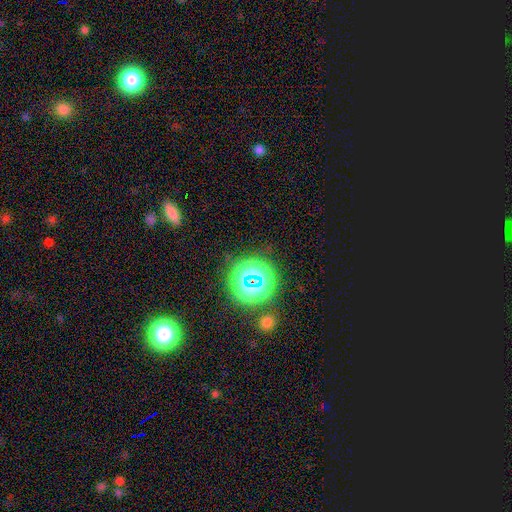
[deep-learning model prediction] Overall: star or artifact (76%).